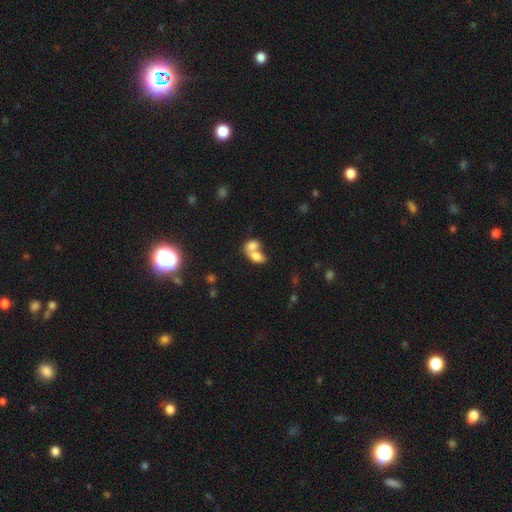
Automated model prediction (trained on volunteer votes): The model was most divided on "smooth or featured": smooth: 72%, featured or disk: 19%, star or artifact: 9%. More confident: how rounded — in between (83%); merging — merger (76%).